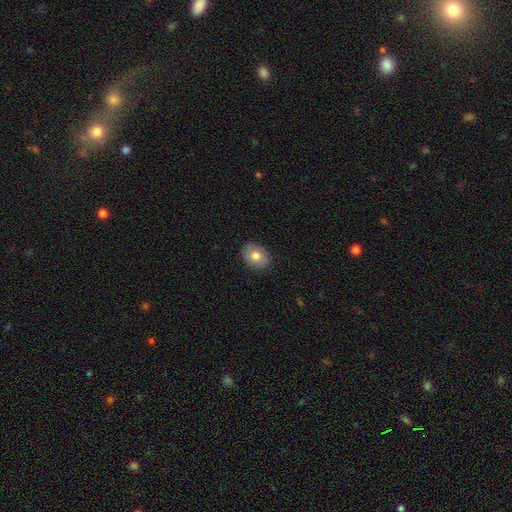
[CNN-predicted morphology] smooth_or_featured: smooth (p=0.77) [alt: featured or disk p=0.15]
how_rounded: in between (p=0.62) [alt: round p=0.37]
merging: none (p=0.87) [alt: minor disturbance p=0.10]